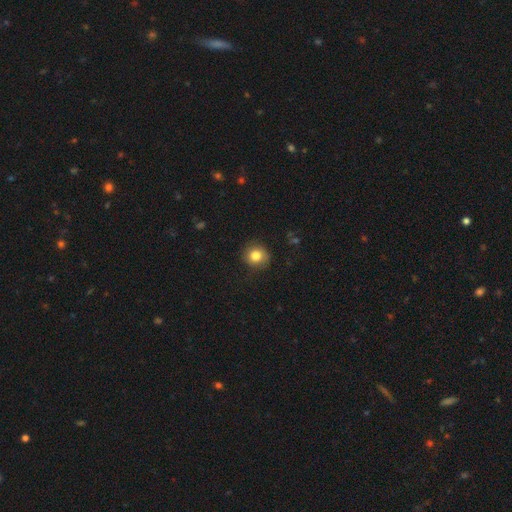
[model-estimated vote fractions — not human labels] smooth-or-featured: smooth: 82% | star or artifact: 10% | featured or disk: 8%
  how-rounded: round: 86% | in between: 13% | cigar-shaped: 1%
  merging: none: 83% | minor disturbance: 12% | major disturbance: 4% | merger: 1%